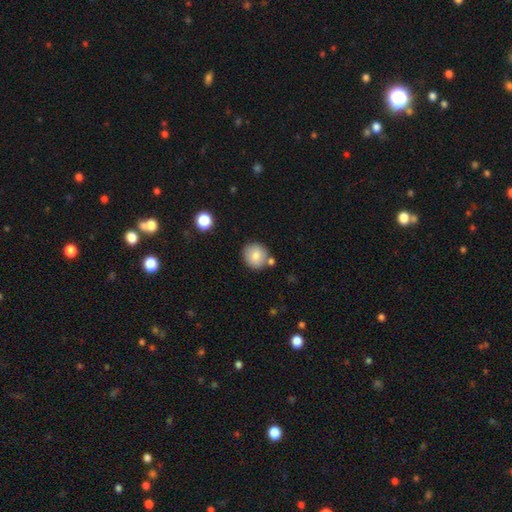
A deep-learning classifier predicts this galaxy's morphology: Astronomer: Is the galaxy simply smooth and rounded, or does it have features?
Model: smooth — 81%.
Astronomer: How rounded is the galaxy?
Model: round — 87%.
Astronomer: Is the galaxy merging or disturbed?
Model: none — 74%.